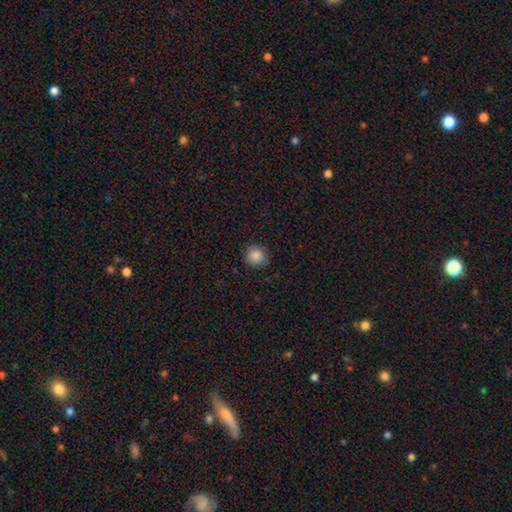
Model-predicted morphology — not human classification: This appears to be a smooth galaxy with no disk features (87%) that is round (93%). Merging: none (89%).